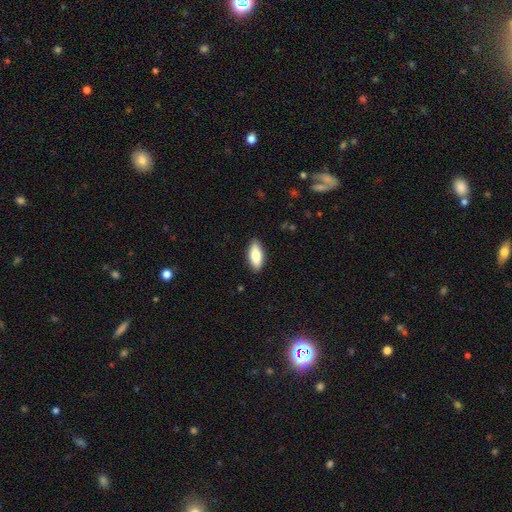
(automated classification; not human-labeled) Q: Smooth or featured?
A: smooth (84%); runner-up: featured or disk (10%)
Q: How rounded?
A: in between (82%); runner-up: cigar-shaped (16%)
Q: Merging?
A: none (88%); runner-up: minor disturbance (9%)